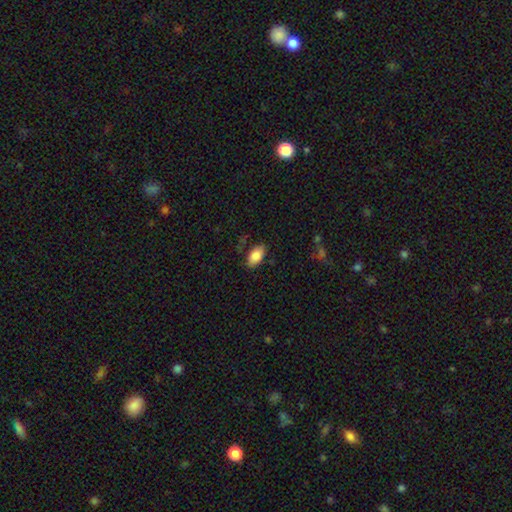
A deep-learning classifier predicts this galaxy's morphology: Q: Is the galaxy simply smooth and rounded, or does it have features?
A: smooth — 85%.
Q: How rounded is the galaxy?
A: in between — 94%.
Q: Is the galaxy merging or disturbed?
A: none — 82%.